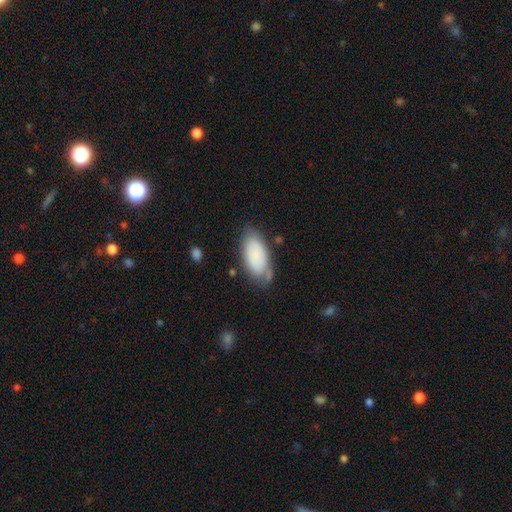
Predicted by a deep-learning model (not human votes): Smooth or featured? smooth (78%)
How rounded? in between (92%)
Merging? none (62%)